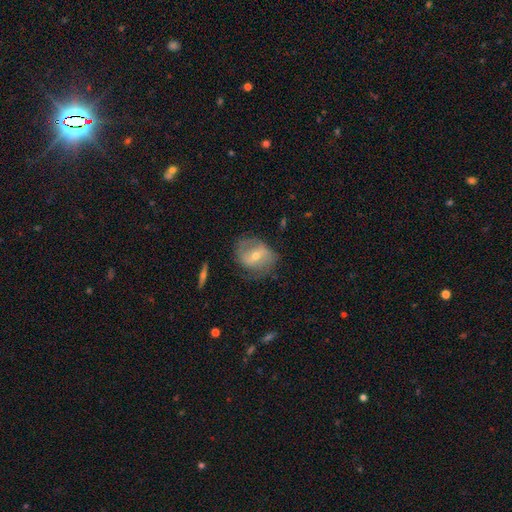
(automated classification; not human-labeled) Q: Smooth or featured?
A: featured or disk (61%); runner-up: smooth (32%)
Q: Edge-on disk?
A: no (94%); runner-up: yes (6%)
Q: Bar?
A: weak (42%); runner-up: strong (31%)
Q: Spiral arms?
A: yes (70%); runner-up: no (30%)
Q: Bulge size?
A: moderate (52%); runner-up: small (44%)
Q: Merging?
A: none (66%); runner-up: minor disturbance (22%)